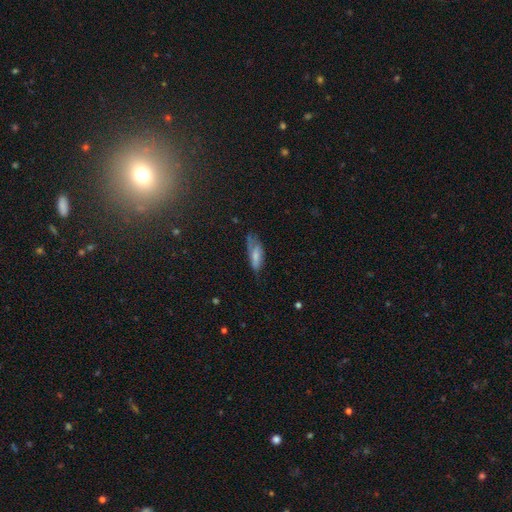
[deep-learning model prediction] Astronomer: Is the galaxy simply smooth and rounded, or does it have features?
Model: smooth — 65%.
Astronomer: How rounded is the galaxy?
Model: in between — 68%.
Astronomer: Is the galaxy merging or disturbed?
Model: none — 46% (runner-up: minor disturbance, 34%).